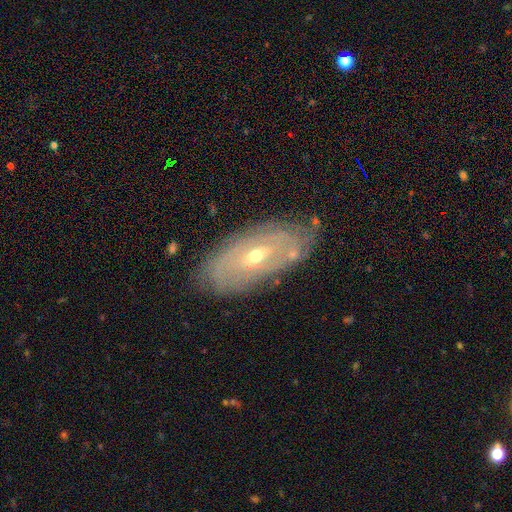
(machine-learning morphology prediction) This is likely a featured or disk galaxy (77%). It is clearly not viewed edge-on (88%). Bar: marginally no (44%). Spiral arm pattern: likely yes (80%). Spiral arm count: possibly can't tell (55%). Spiral winding: likely tight (74%). Central bulge: possibly small (54%). Merging: likely none (79%).